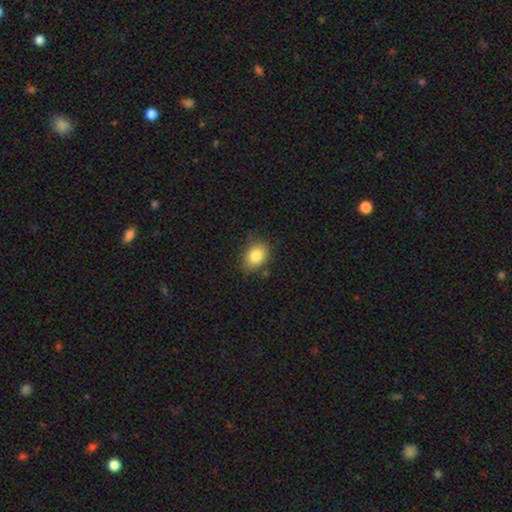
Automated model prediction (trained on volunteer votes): A smooth galaxy with no disk features (83%) that is in between round and cigar-shaped (70%). Merging: none (73%).